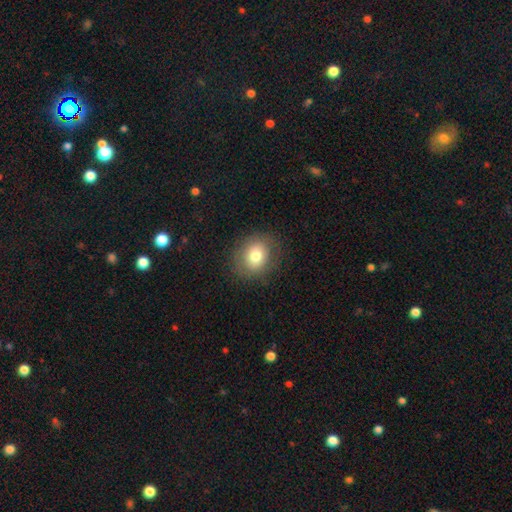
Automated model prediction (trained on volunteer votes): Smooth or featured?
  - smooth: 76% *
  - featured or disk: 14%
  - star or artifact: 10%
How rounded?
  - round: 66% *
  - in between: 33%
  - cigar-shaped: 1%
Merging?
  - none: 85% *
  - minor disturbance: 10%
  - major disturbance: 4%
  - merger: 1%